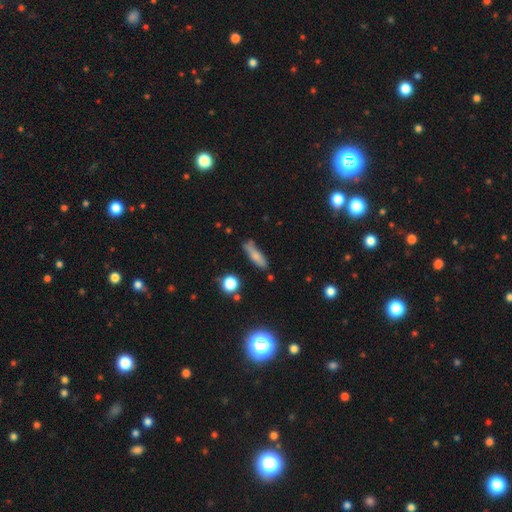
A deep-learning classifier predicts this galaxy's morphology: Smooth or featured? Predicted: smooth (p=0.70). How rounded? Predicted: cigar-shaped (p=0.67). Merging? Predicted: none (p=0.69).